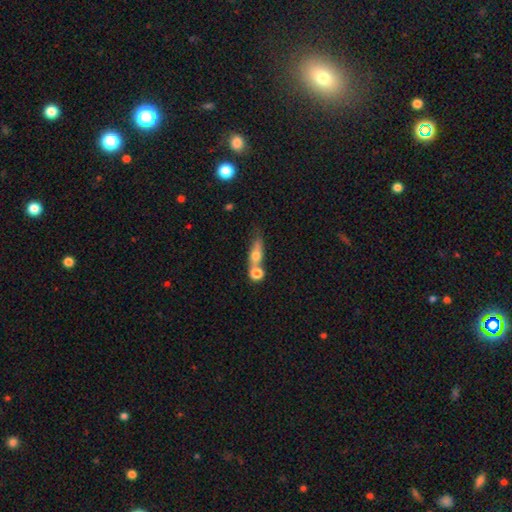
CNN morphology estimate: smooth 64%, featured or disk 27%, star or artifact 9%. Down the decision tree: how rounded — in between (44%); merging — merger (53%).